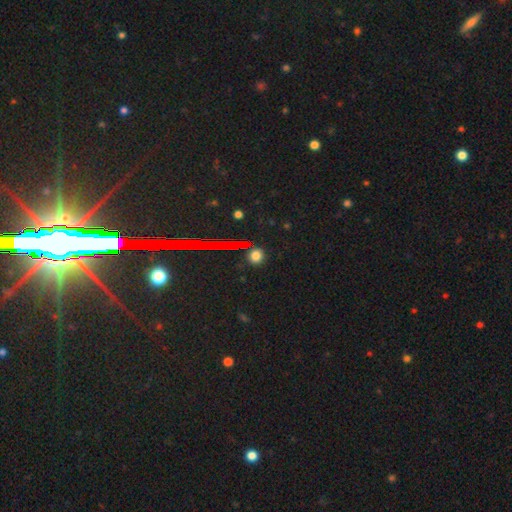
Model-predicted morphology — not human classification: Smooth or featured? smooth (71%)
How rounded? round (85%)
Merging? none (87%)